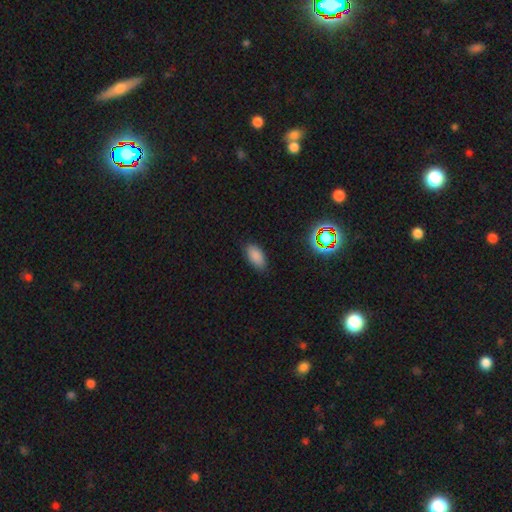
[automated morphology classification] A smooth galaxy with no disk features (83%) that is in between round and cigar-shaped (92%). Merging: none (84%).